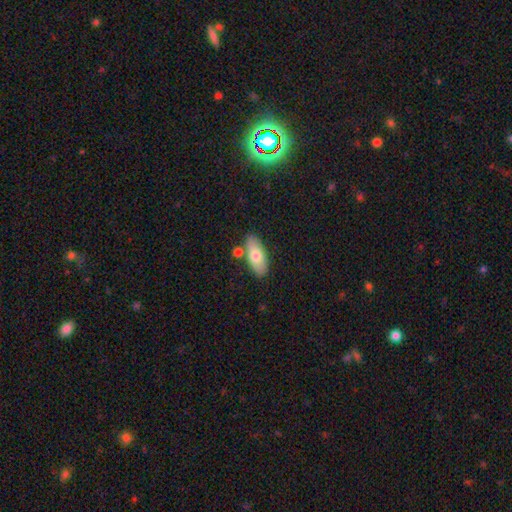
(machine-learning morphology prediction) smooth-or-featured: smooth: 74% | featured or disk: 20% | star or artifact: 6%
  how-rounded: in between: 85% | cigar-shaped: 12% | round: 3%
  merging: none: 76% | minor disturbance: 12% | merger: 9% | major disturbance: 3%